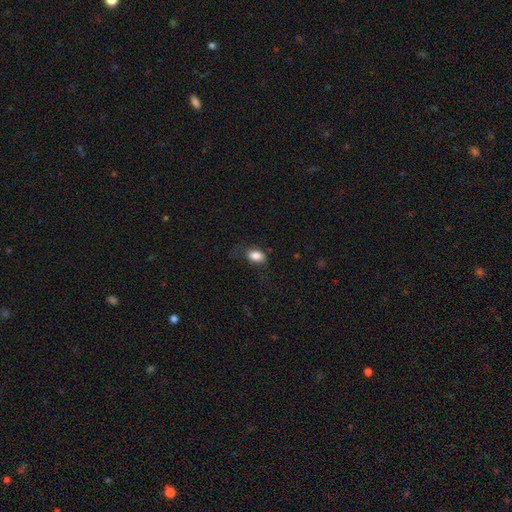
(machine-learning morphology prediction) Overall: smooth (84%). How rounded: in between (81%). Merging: none (63%; minor disturbance 23%).